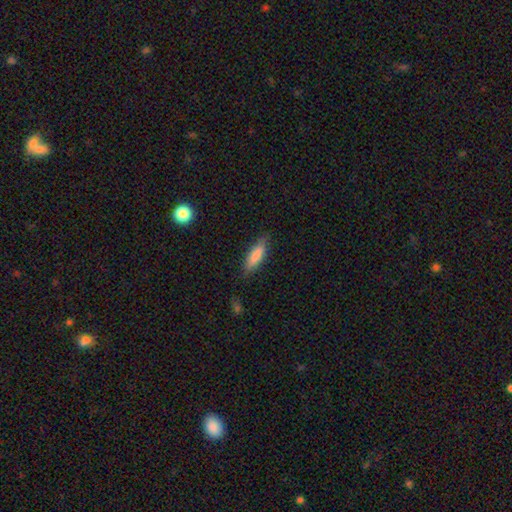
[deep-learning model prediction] This is clearly a smooth galaxy (82%). How rounded: possibly cigar-shaped (52%). Merging: likely none (79%).